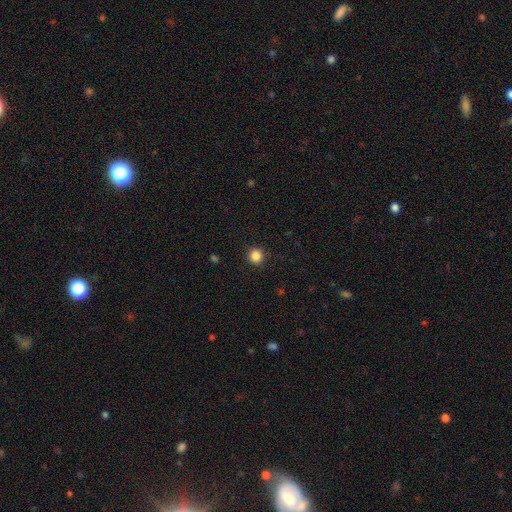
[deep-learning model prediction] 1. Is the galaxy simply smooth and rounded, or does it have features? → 85% smooth, 11% star or artifact, 4% featured or disk.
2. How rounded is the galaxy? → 92% round, 7% in between, 1% cigar-shaped.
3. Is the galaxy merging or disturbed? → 92% none, 5% minor disturbance, 2% major disturbance, 1% merger.